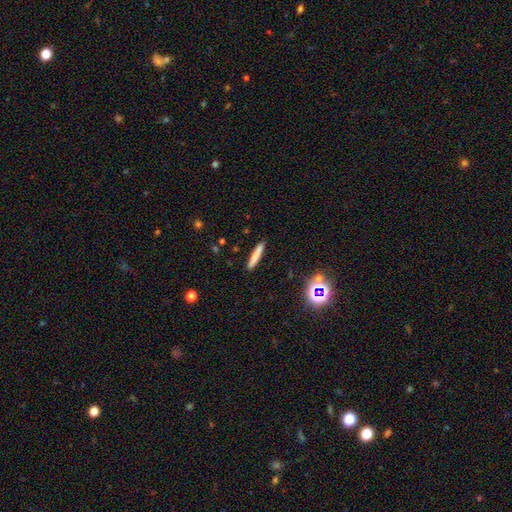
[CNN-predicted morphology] Smooth or featured: smooth — 76% (featured or disk — 14%)
How rounded: cigar-shaped — 93% (in between — 6%)
Merging: none — 90% (minor disturbance — 7%)